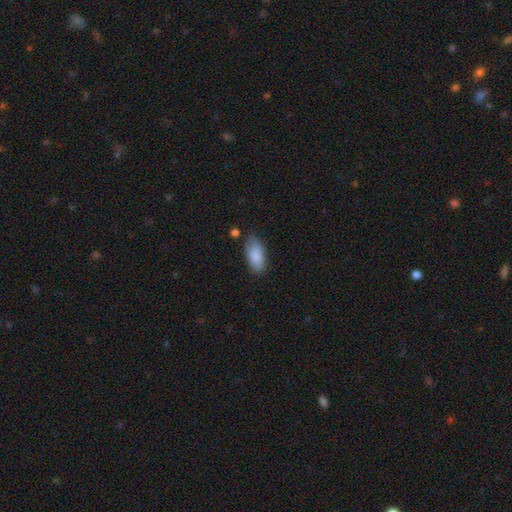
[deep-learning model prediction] Smooth or featured: smooth — 86% (featured or disk — 8%)
How rounded: in between — 90% (cigar-shaped — 8%)
Merging: none — 75% (minor disturbance — 18%)